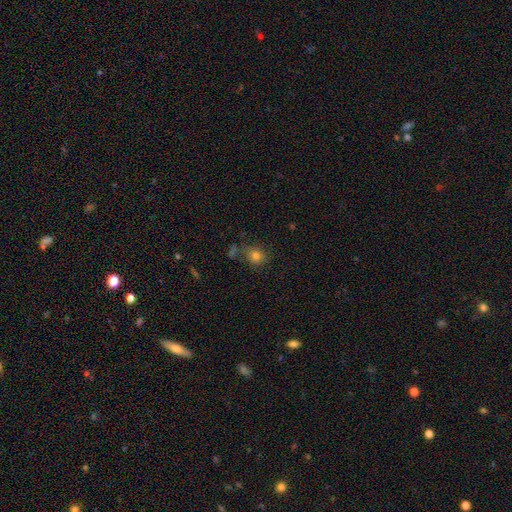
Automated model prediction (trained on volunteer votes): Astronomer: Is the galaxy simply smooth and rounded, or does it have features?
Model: smooth — 78%.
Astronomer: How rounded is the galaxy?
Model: round — 75%.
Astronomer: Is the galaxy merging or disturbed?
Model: none — 70%.